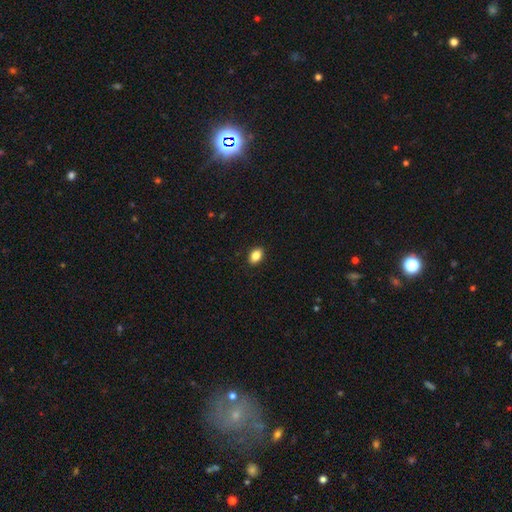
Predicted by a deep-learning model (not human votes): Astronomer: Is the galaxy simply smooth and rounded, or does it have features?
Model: smooth — 85%.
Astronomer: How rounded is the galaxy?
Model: in between — 83%.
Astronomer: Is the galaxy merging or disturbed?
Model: none — 90%.